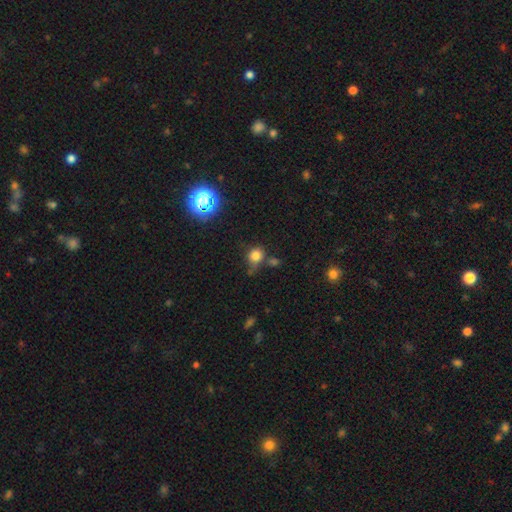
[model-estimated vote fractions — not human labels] A smooth galaxy with no disk features (78%) that is round (82%).

Vote fractions:
- Smooth or featured? smooth: 78% / star or artifact: 16% / featured or disk: 7%
- How rounded? round: 82% / in between: 17% / cigar-shaped: 1%
- Merging? none: 62% / minor disturbance: 17% / merger: 13% / major disturbance: 7%